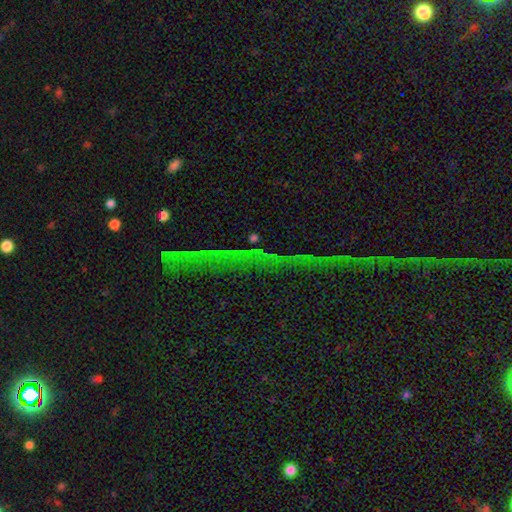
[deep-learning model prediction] Overall: star or artifact (74%).